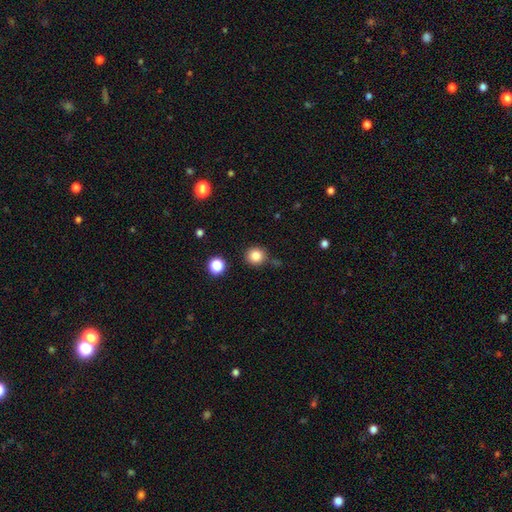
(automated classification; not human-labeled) Q: Smooth or featured?
A: smooth (84%); runner-up: star or artifact (11%)
Q: How rounded?
A: round (92%); runner-up: in between (7%)
Q: Merging?
A: none (83%); runner-up: minor disturbance (10%)